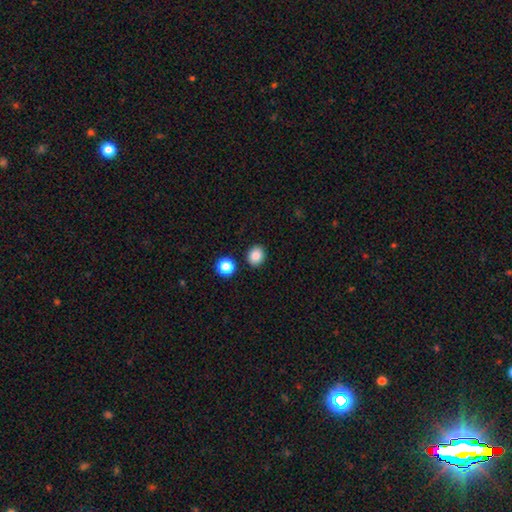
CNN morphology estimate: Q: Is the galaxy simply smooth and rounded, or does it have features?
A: smooth — 85%.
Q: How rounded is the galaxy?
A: round — 70%.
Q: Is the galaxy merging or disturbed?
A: none — 87%.